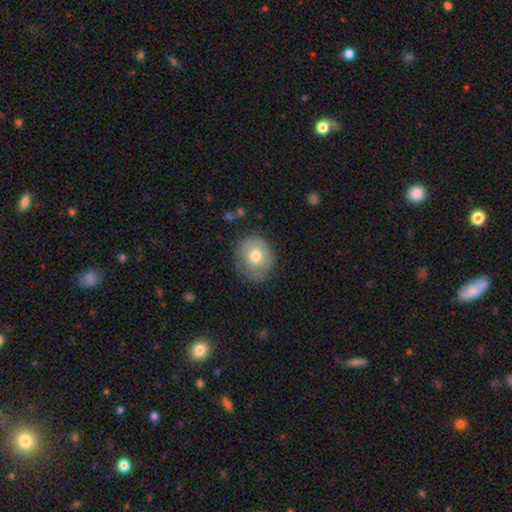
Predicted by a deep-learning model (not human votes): A smooth galaxy with no disk features (66%) that is round (73%).

Vote fractions:
- Smooth or featured? smooth: 66% / featured or disk: 26% / star or artifact: 7%
- How rounded? round: 73% / in between: 26% / cigar-shaped: 1%
- Merging? none: 69% / minor disturbance: 23% / major disturbance: 7% / merger: 1%